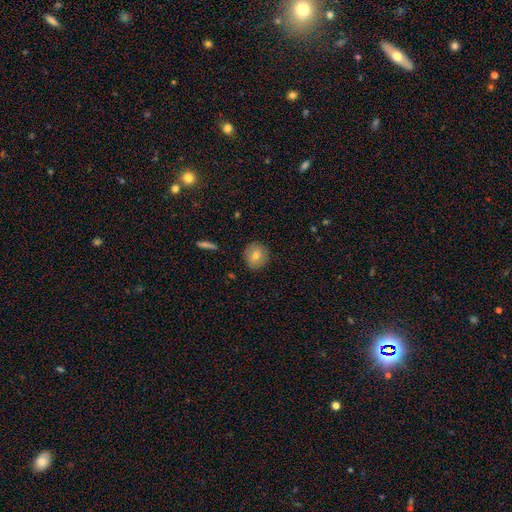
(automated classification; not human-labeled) A smooth galaxy with no disk features (74%) that is round (90%).

Vote fractions:
- Smooth or featured? smooth: 74% / featured or disk: 17% / star or artifact: 9%
- How rounded? round: 90% / in between: 9% / cigar-shaped: 1%
- Merging? none: 89% / minor disturbance: 8% / major disturbance: 2% / merger: 1%